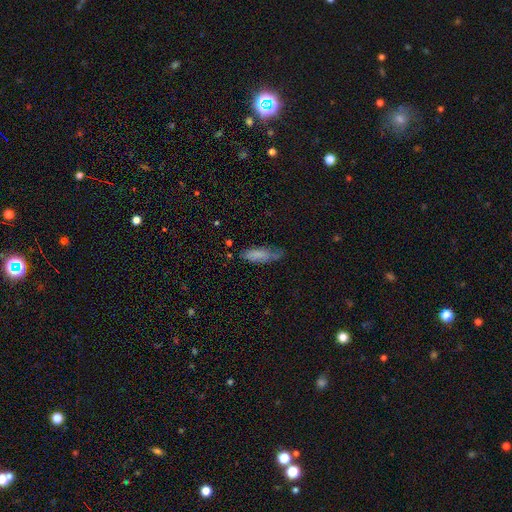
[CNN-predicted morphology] Q: Smooth or featured?
A: smooth (71%); runner-up: featured or disk (19%)
Q: How rounded?
A: in between (52%); runner-up: cigar-shaped (46%)
Q: Merging?
A: none (55%); runner-up: minor disturbance (31%)